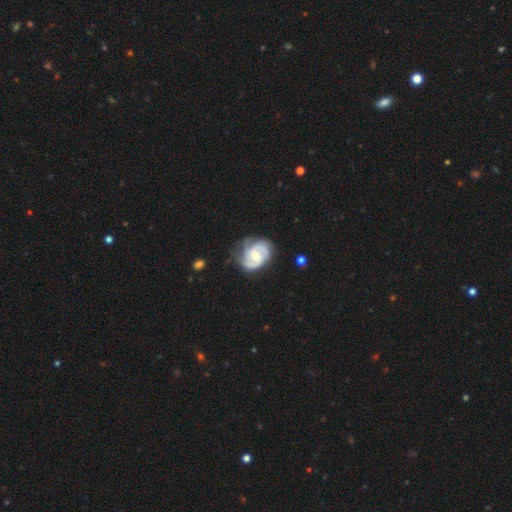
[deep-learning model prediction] smooth-or-featured: featured or disk: 83% | smooth: 13% | star or artifact: 5%
  disk-edge-on: no: 98% | yes: 2%
    bar: no: 63% | weak: 31% | strong: 6%
    has-spiral-arms: yes: 95% | no: 5%
      spiral-winding: tight: 47% | medium: 41% | loose: 11%
      spiral-arm-count: 2: 44% | 3: 31% | can't tell: 14% | 4: 4% | 1: 4% | more than 4: 3%
    bulge-size: moderate: 60% | small: 34% | large: 4% | none: 2% | dominant: 1%
  merging: none: 60% | minor disturbance: 26% | major disturbance: 12% | merger: 2%